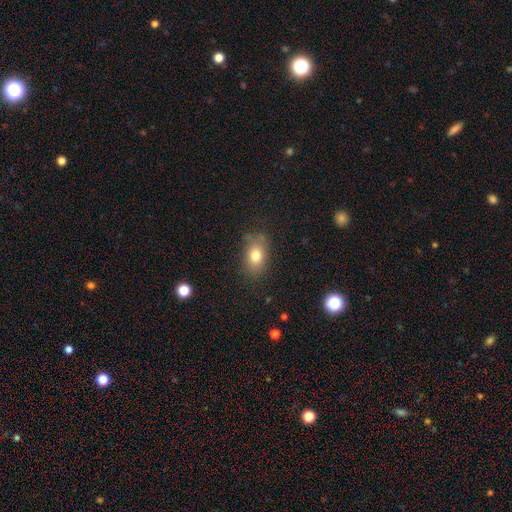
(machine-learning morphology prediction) Smooth or featured?
  - smooth: 77% *
  - featured or disk: 12%
  - star or artifact: 11%
How rounded?
  - in between: 78% *
  - round: 20%
  - cigar-shaped: 2%
Merging?
  - none: 75% *
  - minor disturbance: 18%
  - major disturbance: 6%
  - merger: 2%